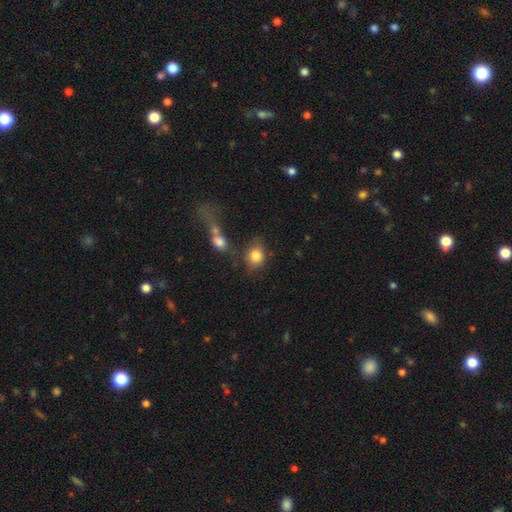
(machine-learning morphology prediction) A smooth galaxy with no disk features (82%) that is round (58%). Merging: none (51%).